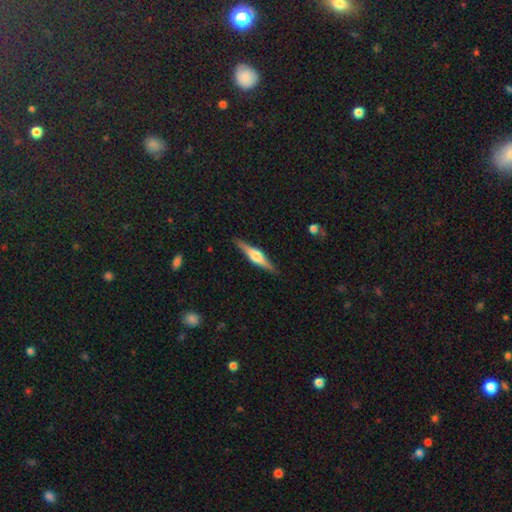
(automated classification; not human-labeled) featured or disk 69%, smooth 26%, star or artifact 6%. Down the decision tree: edge-on disk — yes (97%); edge-on bulge — rounded (84%); merging — none (89%).